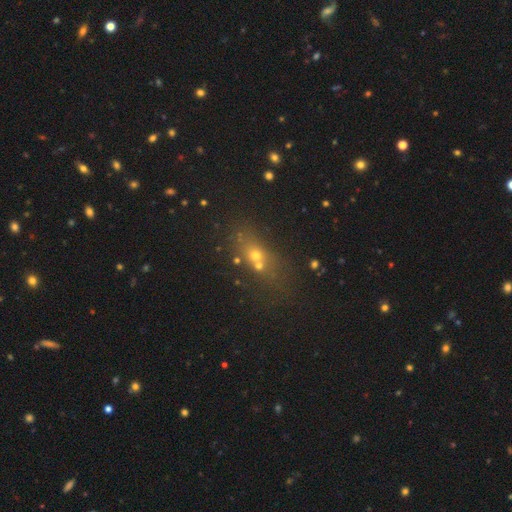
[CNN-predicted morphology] smooth 49%, star or artifact 27%, featured or disk 23%. Down the decision tree: merging — none (43%).